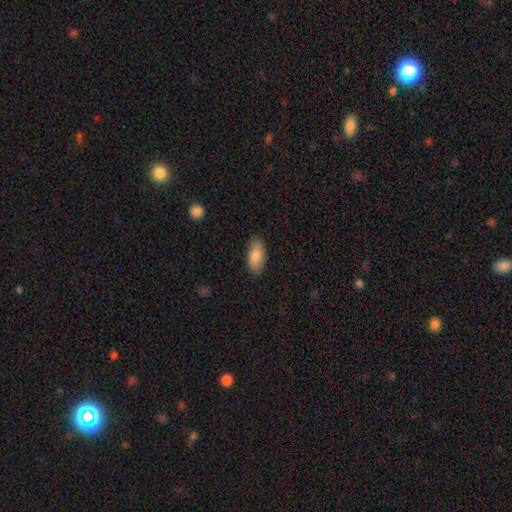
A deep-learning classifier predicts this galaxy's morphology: This is clearly a smooth galaxy (87%). How rounded: clearly in between (89%). Merging: clearly none (86%).